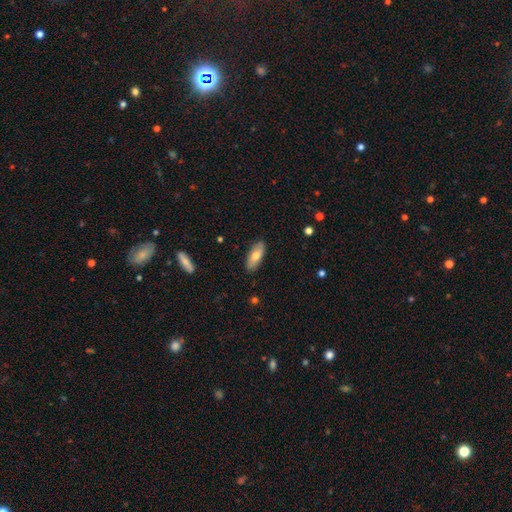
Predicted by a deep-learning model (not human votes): A smooth galaxy with no disk features (71%) that is in between round and cigar-shaped (78%).

Vote fractions:
- Smooth or featured? smooth: 71% / featured or disk: 23% / star or artifact: 6%
- How rounded? in between: 78% / cigar-shaped: 20% / round: 2%
- Merging? none: 86% / minor disturbance: 11% / major disturbance: 2% / merger: 1%